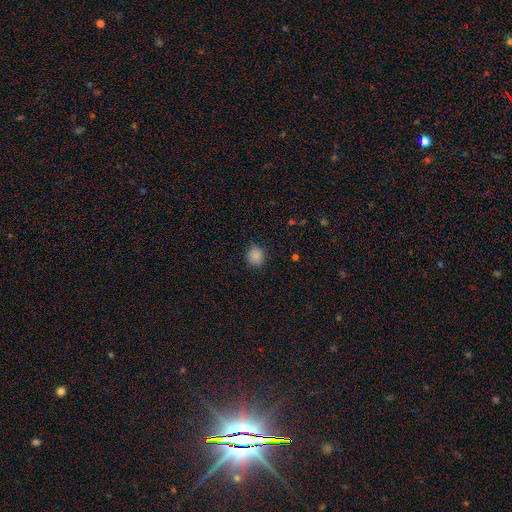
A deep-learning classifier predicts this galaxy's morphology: This is clearly a smooth galaxy (86%). How rounded: clearly round (83%). Merging: clearly none (80%).